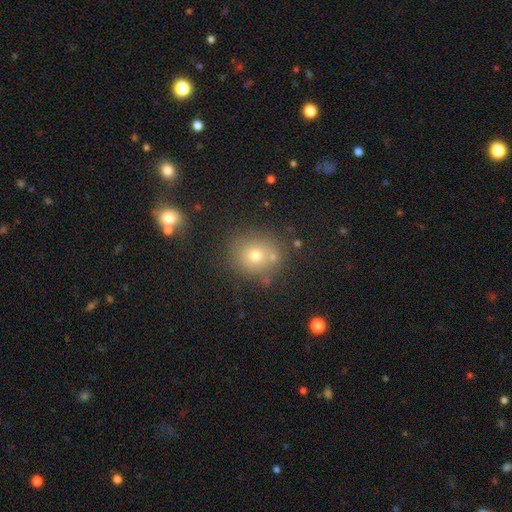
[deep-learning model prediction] The model was most divided on "smooth or featured": smooth: 69%, star or artifact: 18%, featured or disk: 13%. More confident: how rounded — round (82%); merging — none (75%).